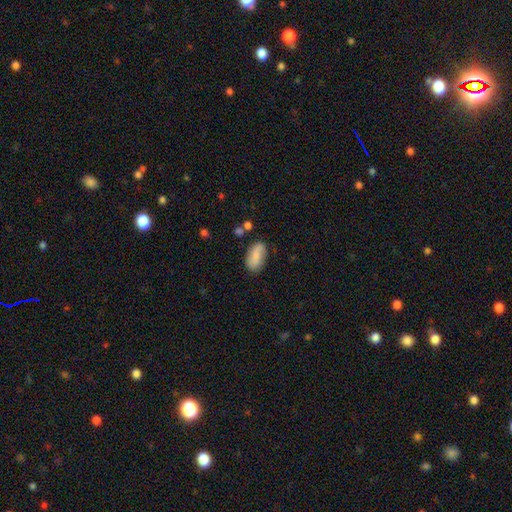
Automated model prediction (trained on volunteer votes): The model was most divided on "merging": none: 75%, minor disturbance: 17%, major disturbance: 4%, merger: 3%. More confident: how rounded — in between (92%); smooth or featured — smooth (78%).